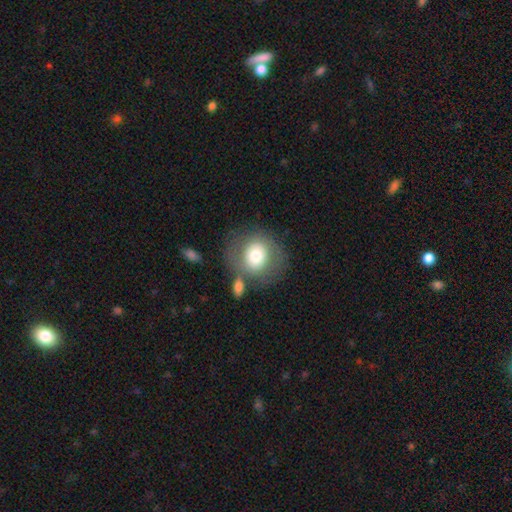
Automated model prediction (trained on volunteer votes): Overall: smooth (68%). How rounded: round (79%). Merging: none (63%).